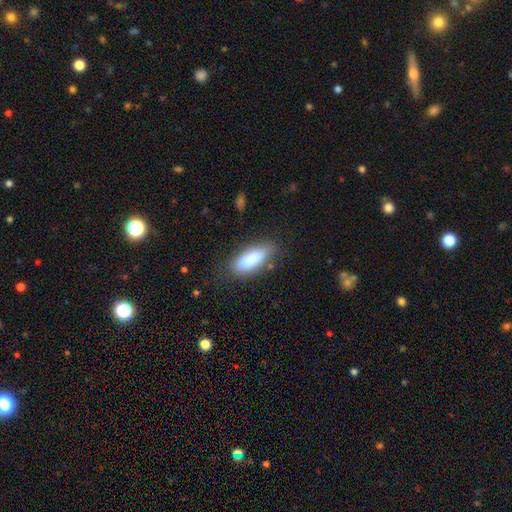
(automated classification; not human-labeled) Smooth or featured?
  - smooth: 81% *
  - featured or disk: 13%
  - star or artifact: 6%
How rounded?
  - in between: 78% *
  - cigar-shaped: 20%
  - round: 2%
Merging?
  - none: 76% *
  - minor disturbance: 17%
  - major disturbance: 5%
  - merger: 2%